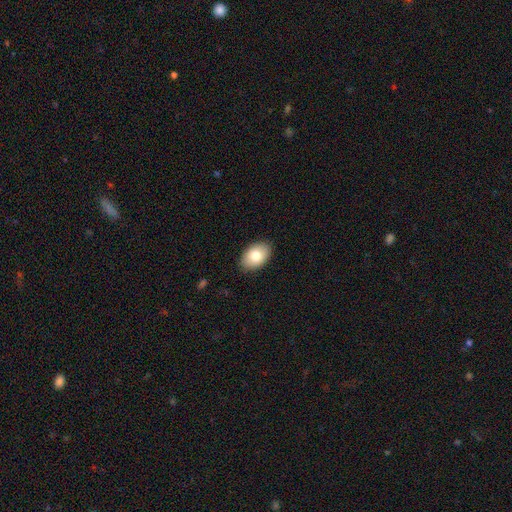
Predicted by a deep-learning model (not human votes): The model was most divided on "smooth or featured": smooth: 80%, featured or disk: 13%, star or artifact: 7%. More confident: how rounded — in between (89%); merging — none (88%).